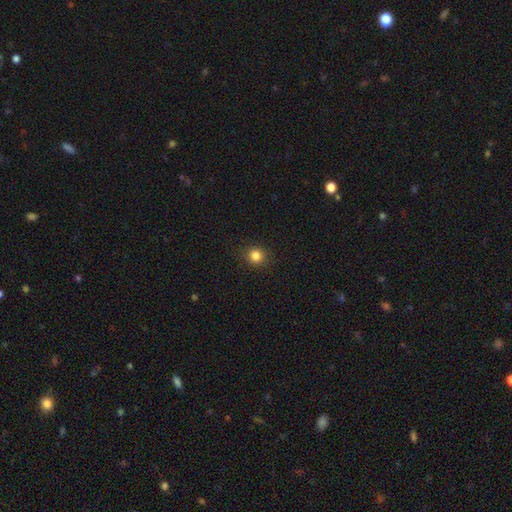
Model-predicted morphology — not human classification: Smooth or featured? Predicted: smooth (p=0.84). How rounded? Predicted: round (p=0.90). Merging? Predicted: none (p=0.90).